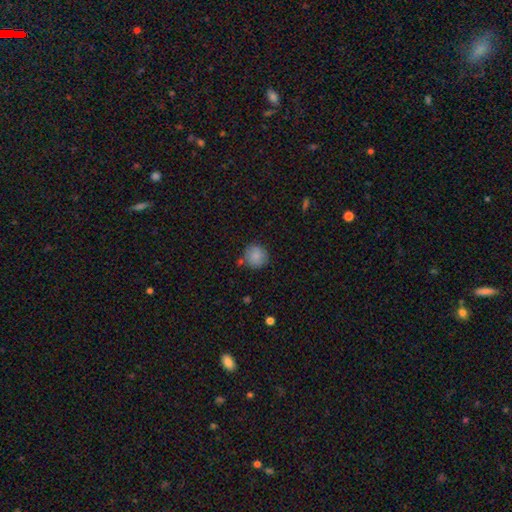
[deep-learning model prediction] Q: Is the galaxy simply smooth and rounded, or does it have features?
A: smooth — 86%.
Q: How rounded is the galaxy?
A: round — 91%.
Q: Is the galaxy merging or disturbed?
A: none — 77%.